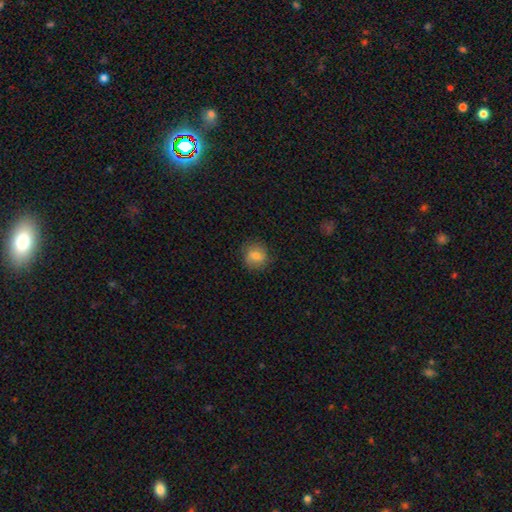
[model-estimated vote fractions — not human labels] Smooth or featured? smooth (76%)
How rounded? round (81%)
Merging? none (81%)